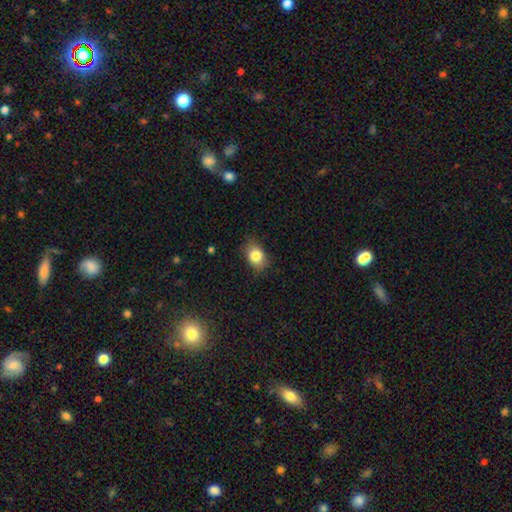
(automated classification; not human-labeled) This is clearly a smooth galaxy (82%). How rounded: likely in between (67%). Merging: likely none (77%).